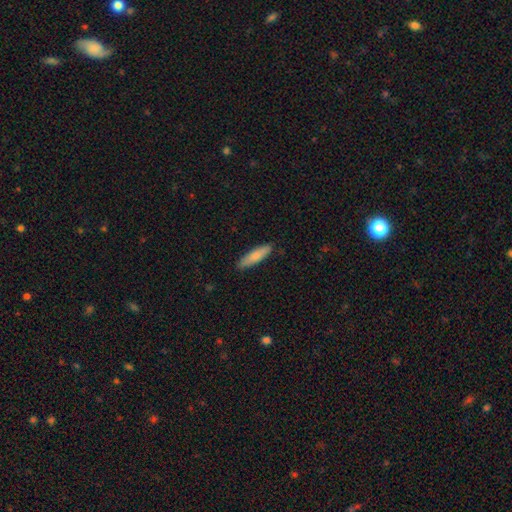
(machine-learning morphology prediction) A smooth galaxy with no disk features (80%) that is cigar-shaped (72%). Merging: none (89%).